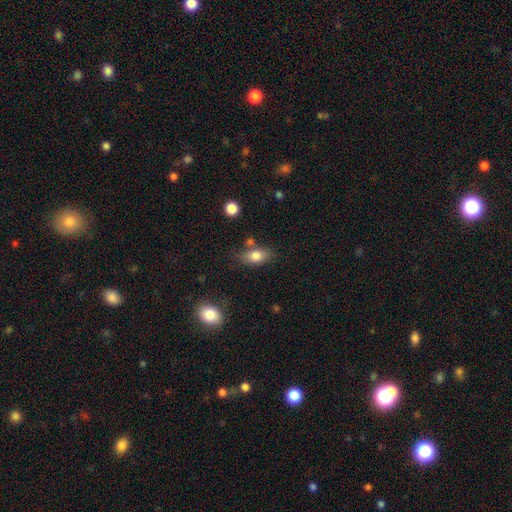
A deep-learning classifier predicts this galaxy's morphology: type=smooth (79%); roundness=in between (85%); merging=none (69%).